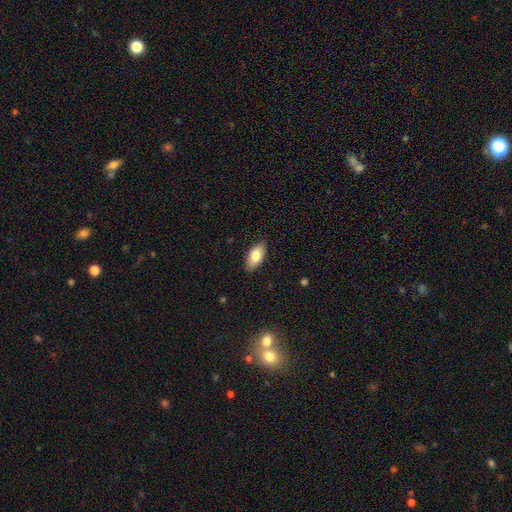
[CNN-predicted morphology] The model was most divided on "smooth or featured": smooth: 80%, featured or disk: 13%, star or artifact: 6%. More confident: how rounded — in between (90%); merging — none (87%).